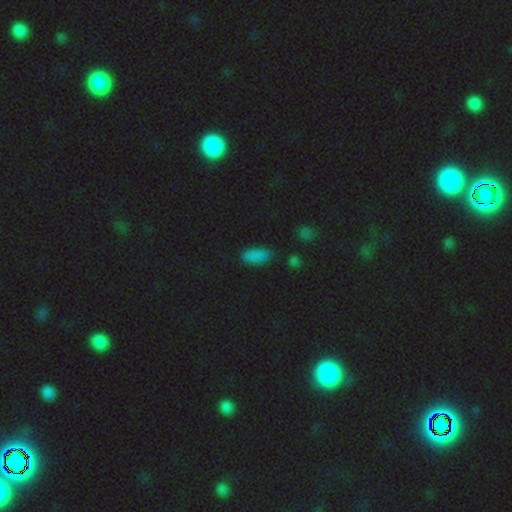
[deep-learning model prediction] smooth 78%, star or artifact 17%, featured or disk 4%. Down the decision tree: how rounded — in between (87%); merging — none (80%).